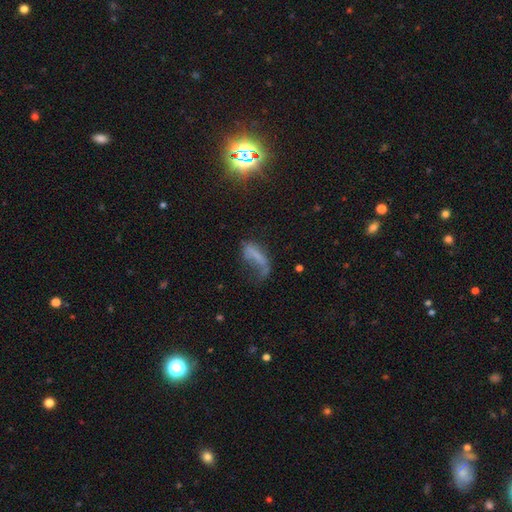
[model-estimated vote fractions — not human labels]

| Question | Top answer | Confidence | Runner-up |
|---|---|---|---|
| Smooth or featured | smooth | 50% | featured or disk (32%) |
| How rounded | in between | 59% | cigar-shaped (36%) |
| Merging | major disturbance | 44% | none (27%) |